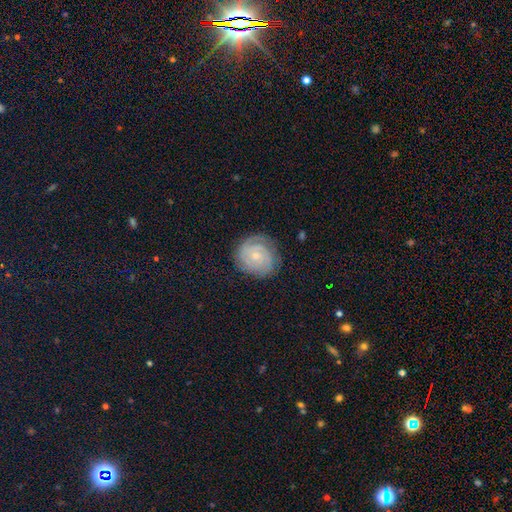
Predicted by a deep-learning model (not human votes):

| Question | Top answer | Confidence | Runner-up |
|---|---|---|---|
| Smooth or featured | featured or disk | 81% | smooth (12%) |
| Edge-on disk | no | 98% | yes (2%) |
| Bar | no | 72% | weak (23%) |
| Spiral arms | yes | 96% | no (4%) |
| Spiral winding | tight | 80% | medium (16%) |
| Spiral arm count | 2 | 48% | can't tell (20%) |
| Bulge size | small | 71% | moderate (24%) |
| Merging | none | 80% | minor disturbance (14%) |